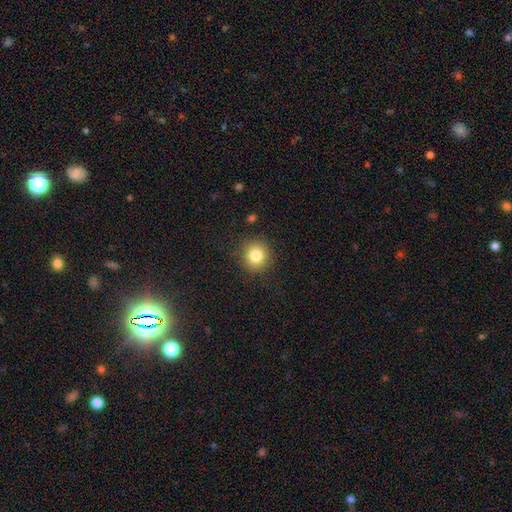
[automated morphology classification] type=smooth (82%); roundness=round (91%); merging=none (88%).